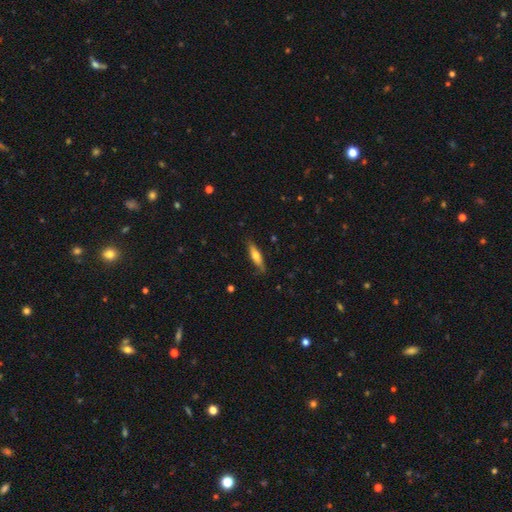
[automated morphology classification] Q: Smooth or featured?
A: smooth (54%); runner-up: featured or disk (40%)
Q: How rounded?
A: cigar-shaped (72%); runner-up: in between (26%)
Q: Merging?
A: none (79%); runner-up: minor disturbance (17%)